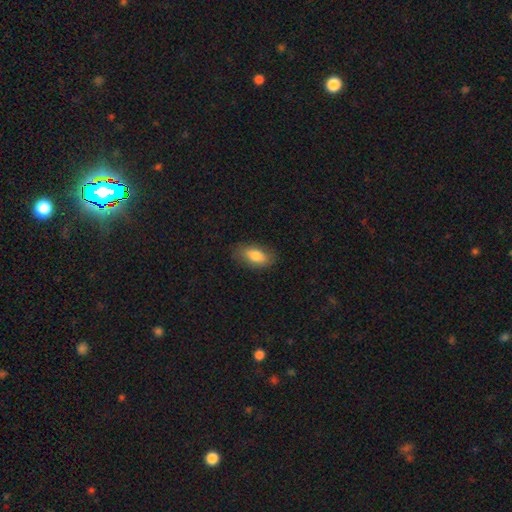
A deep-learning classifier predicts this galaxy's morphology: type=smooth (82%); roundness=in between (90%); merging=none (81%).